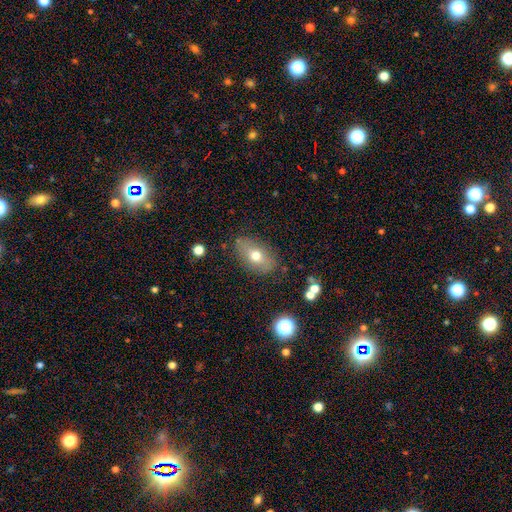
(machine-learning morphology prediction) This is likely a smooth galaxy (66%). How rounded: clearly in between (87%). Merging: clearly none (81%).